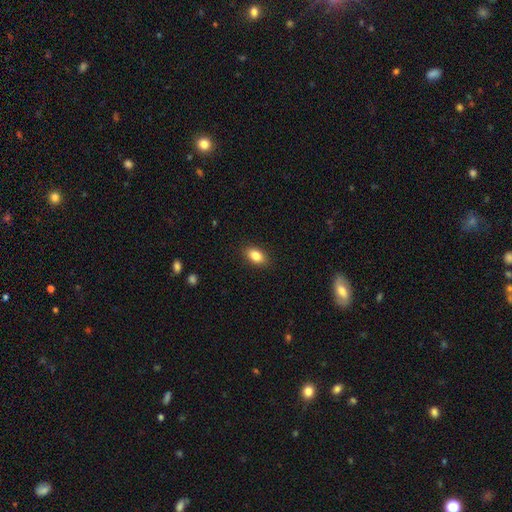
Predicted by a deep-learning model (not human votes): Q: Smooth or featured?
A: smooth (85%); runner-up: star or artifact (8%)
Q: How rounded?
A: in between (88%); runner-up: round (9%)
Q: Merging?
A: none (89%); runner-up: minor disturbance (8%)